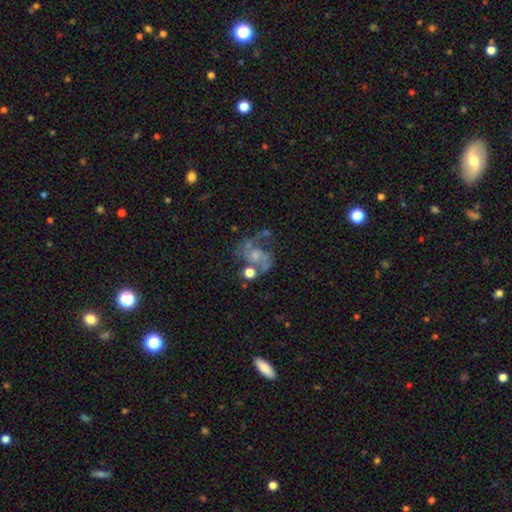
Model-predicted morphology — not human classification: Smooth or featured? featured or disk (75%)
Edge-on disk? no (98%)
Bar? no (63%)
Spiral arms? yes (88%)
Spiral winding? medium (47%)
Spiral arm count? 2 (80%)
Bulge size? small (43%)
Merging? none (41%)